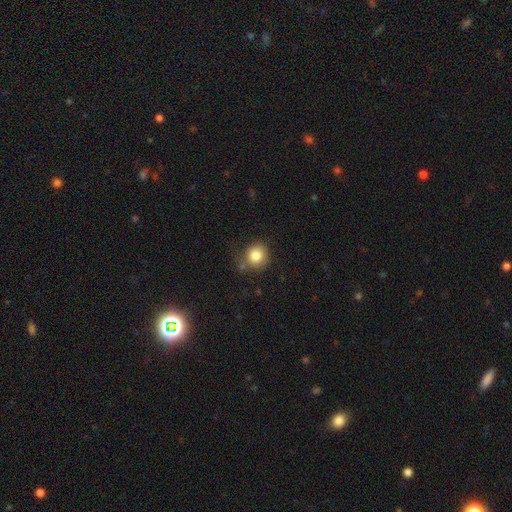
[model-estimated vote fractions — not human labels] Overall: smooth (82%). How rounded: round (87%). Merging: none (70%).